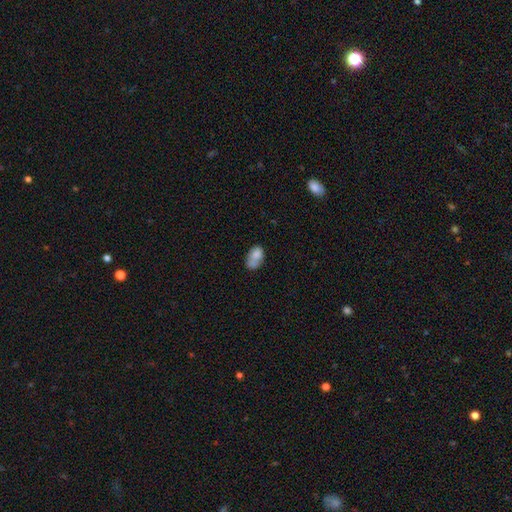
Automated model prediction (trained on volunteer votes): Smooth or featured: smooth — 76% (featured or disk — 15%)
How rounded: in between — 85% (round — 14%)
Merging: none — 38% (merger — 26%)